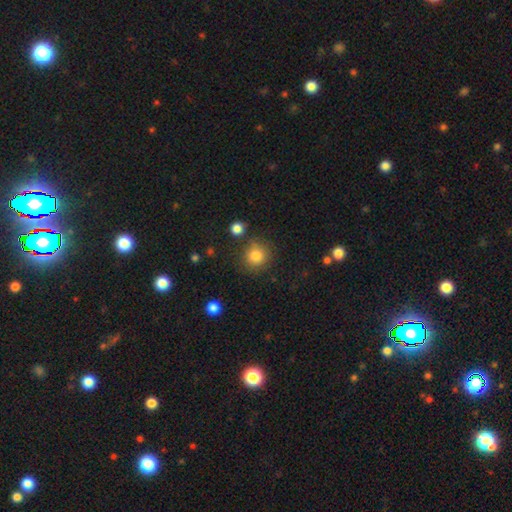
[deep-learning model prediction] This is clearly a smooth galaxy (83%). How rounded: clearly round (90%). Merging: likely none (79%).